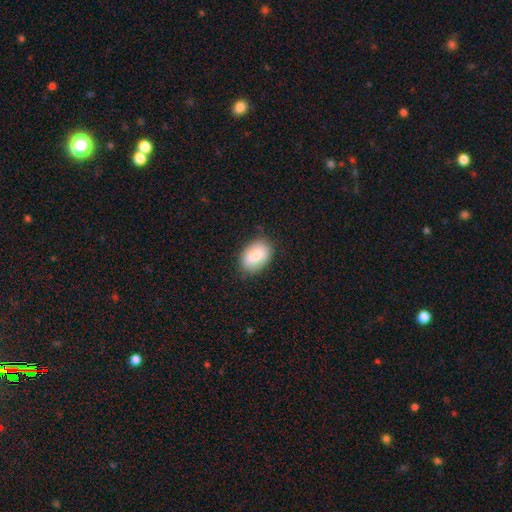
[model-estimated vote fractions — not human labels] Smooth or featured? smooth (81%)
How rounded? in between (87%)
Merging? none (81%)